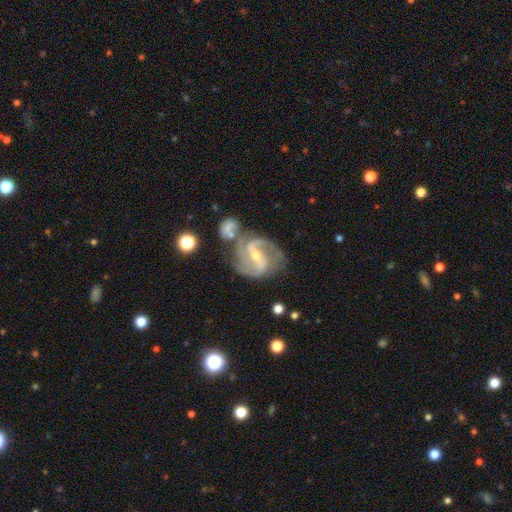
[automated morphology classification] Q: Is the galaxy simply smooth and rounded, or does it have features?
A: featured or disk — 90%.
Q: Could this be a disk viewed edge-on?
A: no — 97%.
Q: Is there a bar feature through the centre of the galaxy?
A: strong — 50%.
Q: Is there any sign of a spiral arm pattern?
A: yes — 97%.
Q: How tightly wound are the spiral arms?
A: medium — 55%.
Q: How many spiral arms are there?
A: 2 — 77%.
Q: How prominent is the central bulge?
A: small — 63%.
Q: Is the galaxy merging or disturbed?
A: none — 49%.